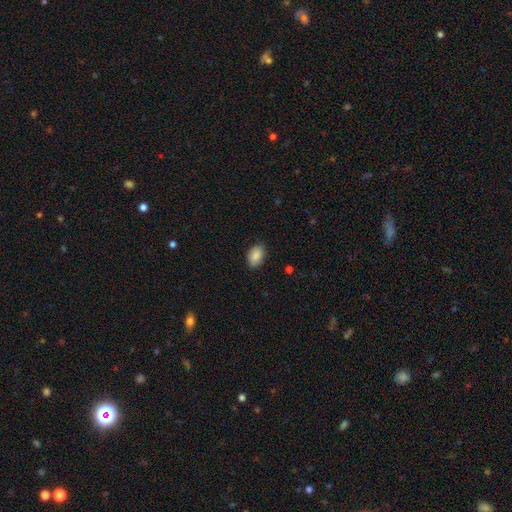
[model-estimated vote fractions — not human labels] This appears to be a smooth galaxy with no disk features (88%) that is in between round and cigar-shaped (86%). Merging: none (82%).